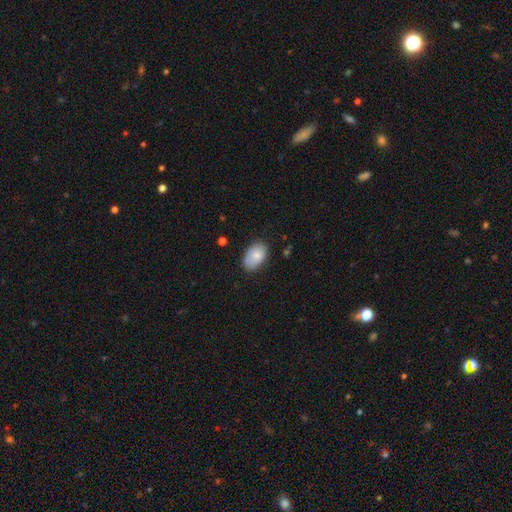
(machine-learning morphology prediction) Smooth or featured?
  - smooth: 81% *
  - featured or disk: 12%
  - star or artifact: 7%
How rounded?
  - in between: 90% *
  - round: 8%
  - cigar-shaped: 1%
Merging?
  - none: 72% *
  - minor disturbance: 23%
  - major disturbance: 4%
  - merger: 2%